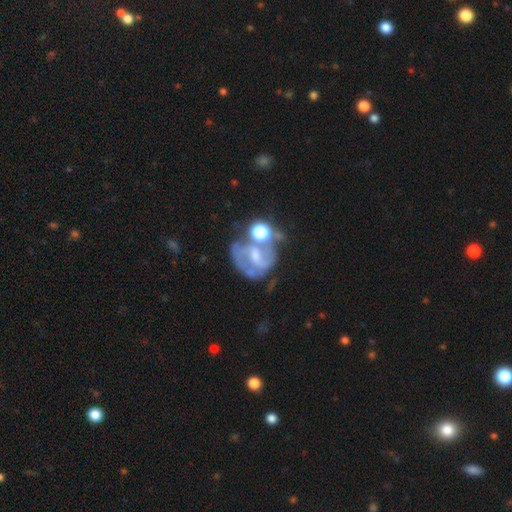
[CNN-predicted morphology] smooth-or-featured: featured or disk: 70% | smooth: 19% | star or artifact: 11%
  disk-edge-on: no: 97% | yes: 3%
    bar: weak: 45% | no: 31% | strong: 24%
    has-spiral-arms: yes: 77% | no: 23%
      spiral-winding: medium: 48% | loose: 27% | tight: 25%
      spiral-arm-count: 2: 66% | can't tell: 18% | 1: 8% | 3: 5% | 4: 2% | more than 4: 2%
    bulge-size: small: 44% | moderate: 39% | none: 11% | large: 5% | dominant: 1%
  merging: none: 37% | merger: 25% | major disturbance: 20% | minor disturbance: 19%